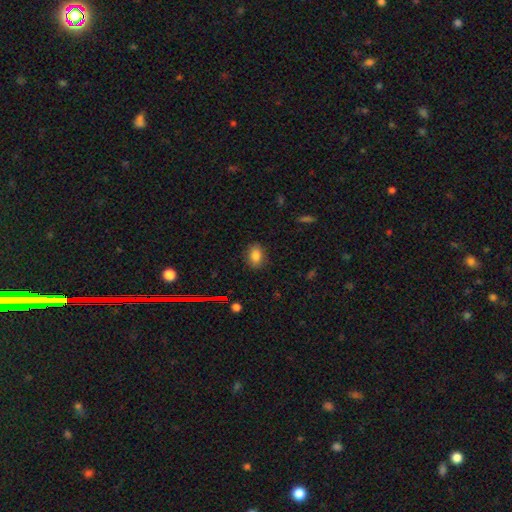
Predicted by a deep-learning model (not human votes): Smooth or featured: smooth — 83% (star or artifact — 10%)
How rounded: in between — 74% (round — 24%)
Merging: none — 85% (minor disturbance — 11%)